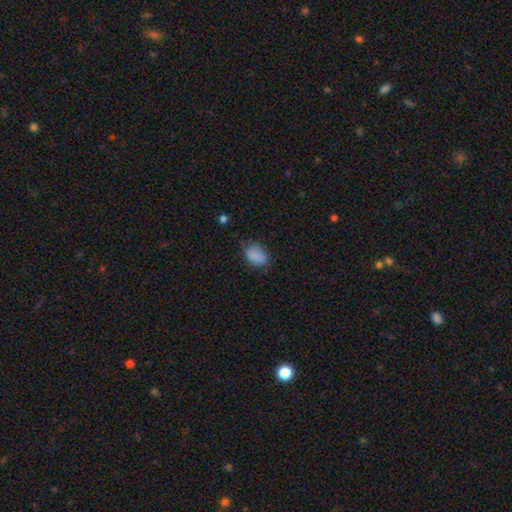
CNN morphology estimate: This is clearly a smooth galaxy (86%). How rounded: likely in between (75%). Merging: likely none (70%).